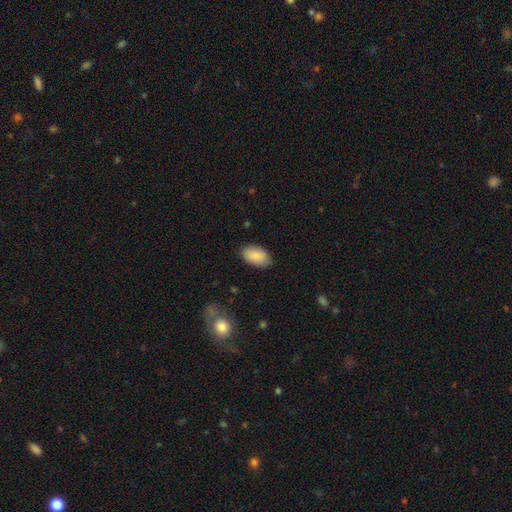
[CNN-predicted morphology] This is clearly a smooth galaxy (88%). How rounded: clearly in between (94%). Merging: clearly none (84%).